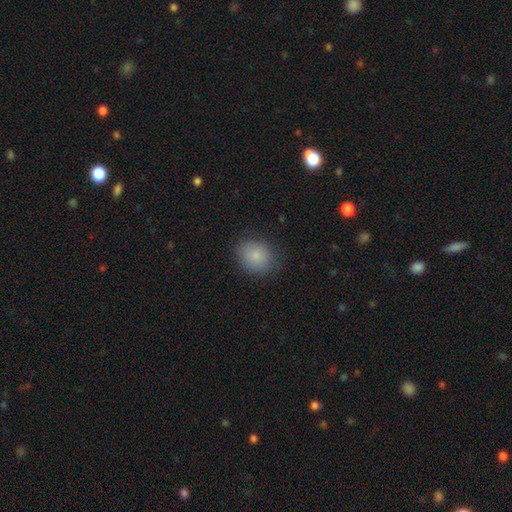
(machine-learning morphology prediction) This appears to be a smooth galaxy with no disk features (85%) that is round (67%). Merging: none (81%).